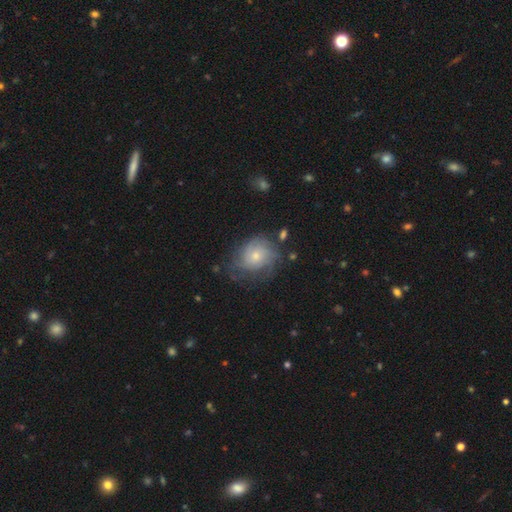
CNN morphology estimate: Smooth or featured?
  - featured or disk: 57% *
  - smooth: 34%
  - star or artifact: 9%
Edge-on disk?
  - no: 97% *
  - yes: 3%
Bar?
  - no: 82% *
  - weak: 16%
  - strong: 2%
Spiral arms?
  - yes: 82% *
  - no: 18%
Bulge size?
  - small: 57% *
  - moderate: 37%
  - large: 3%
  - none: 2%
  - dominant: 1%
Merging?
  - none: 58% *
  - minor disturbance: 25%
  - major disturbance: 14%
  - merger: 2%